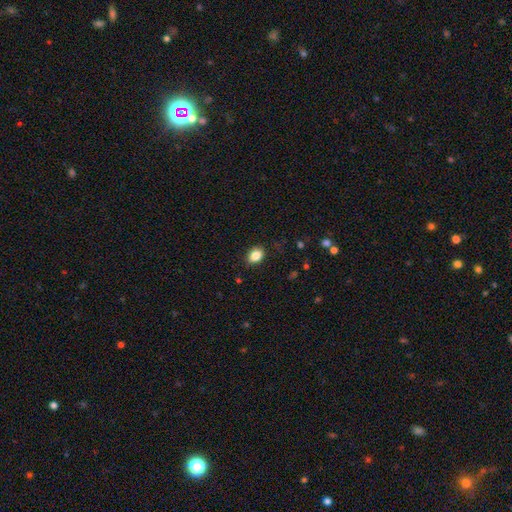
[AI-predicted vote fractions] Overall: smooth (85%). How rounded: in between (75%). Merging: none (85%).